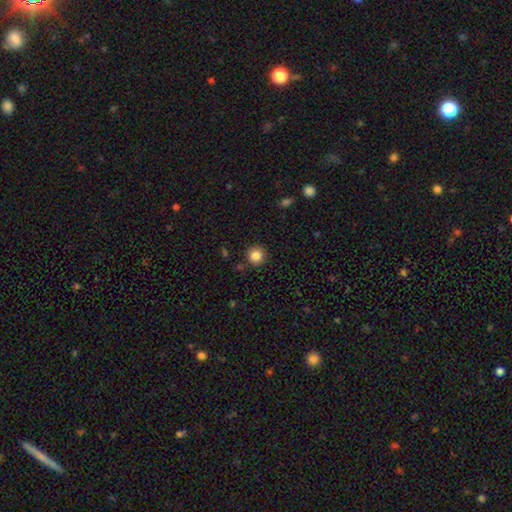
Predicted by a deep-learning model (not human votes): This appears to be a smooth galaxy with no disk features (84%) that is round (94%). Merging: none (89%).